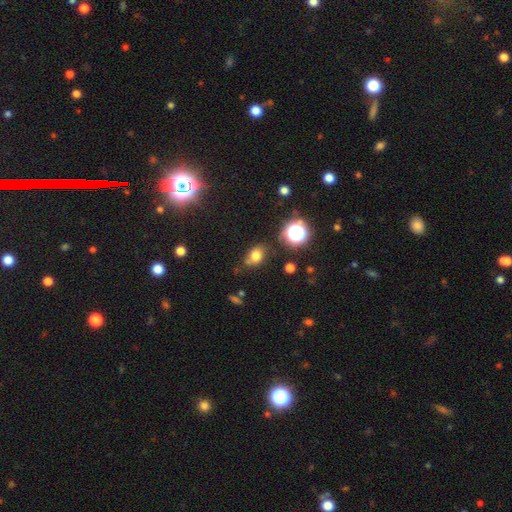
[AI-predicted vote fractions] Morphology: type=smooth (70%); roundness=in between (57%); merging=none (63%).